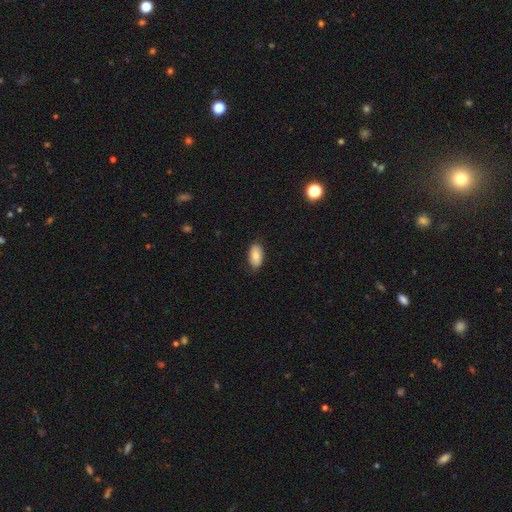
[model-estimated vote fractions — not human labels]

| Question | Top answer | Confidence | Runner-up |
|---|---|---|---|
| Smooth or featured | smooth | 79% | featured or disk (14%) |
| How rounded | in between | 94% | round (3%) |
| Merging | none | 82% | minor disturbance (15%) |